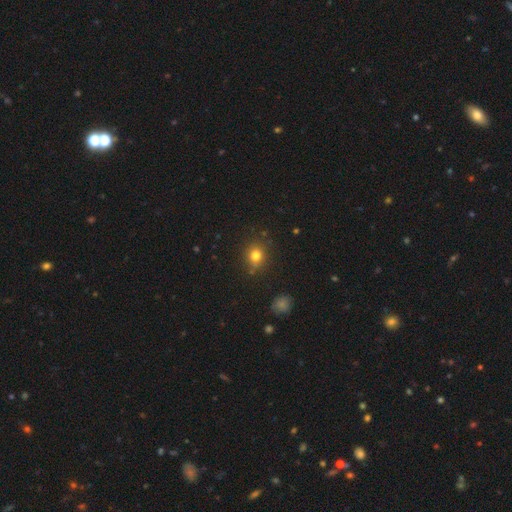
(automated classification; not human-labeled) Smooth or featured? smooth (79%)
How rounded? round (75%)
Merging? none (82%)